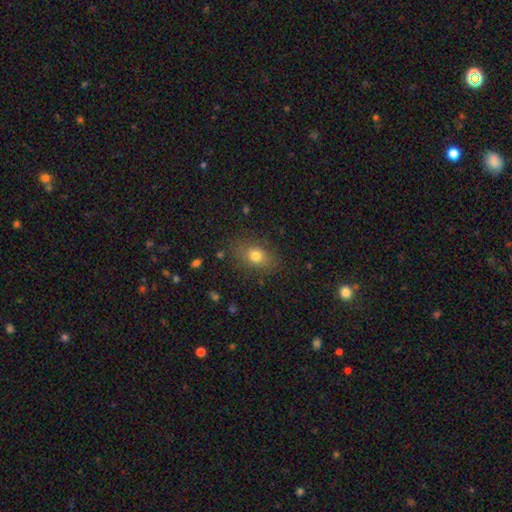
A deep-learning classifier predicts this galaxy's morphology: This is likely a smooth galaxy (77%). How rounded: likely in between (68%). Merging: clearly none (82%).